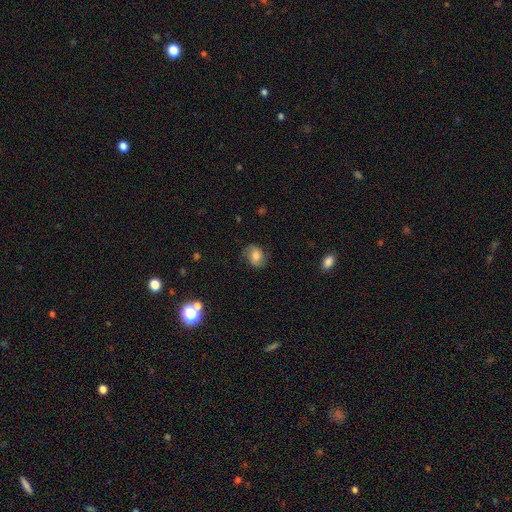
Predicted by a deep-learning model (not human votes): Smooth or featured? Predicted: smooth (p=0.58). How rounded? Predicted: round (p=0.50). Merging? Predicted: none (p=0.75).